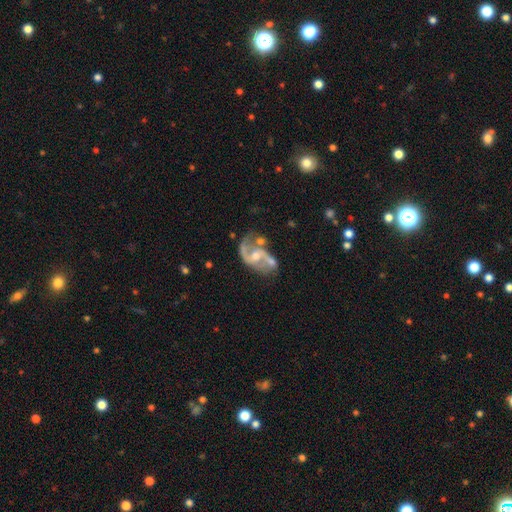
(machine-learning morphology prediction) smooth_or_featured: featured or disk (p=0.87) [alt: smooth p=0.07]
disk_edge_on: no (p=0.97) [alt: yes p=0.03]
bar: no (p=0.43) [tied with: weak p=0.43]
has_spiral_arms: yes (p=0.94) [alt: no p=0.06]
spiral_winding: loose (p=0.49) [alt: medium p=0.42]
spiral_arm_count: 2 (p=0.88) [alt: 1 p=0.05]
bulge_size: moderate (p=0.56) [alt: small p=0.35]
merging: none (p=0.42) [alt: minor disturbance p=0.20]